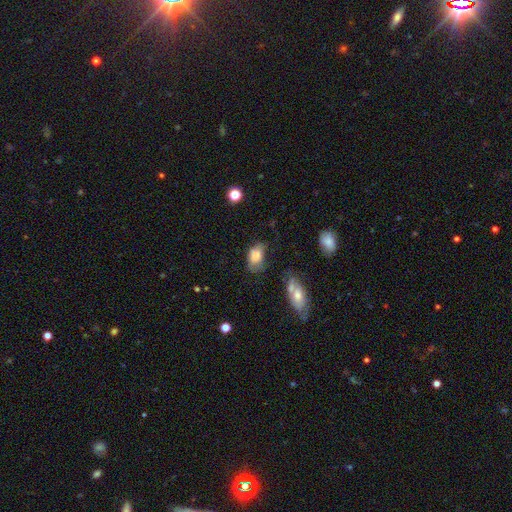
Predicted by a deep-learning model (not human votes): This is likely a smooth galaxy (75%). How rounded: clearly in between (85%). Merging: marginally none (41%).